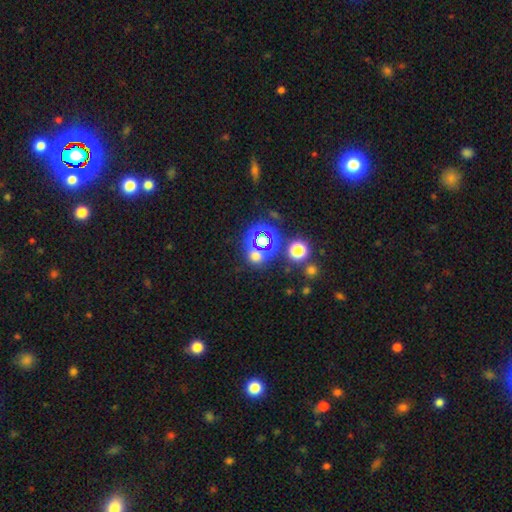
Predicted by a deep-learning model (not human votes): Smooth or featured?
  - star or artifact: 50% *
  - smooth: 40%
  - featured or disk: 10%